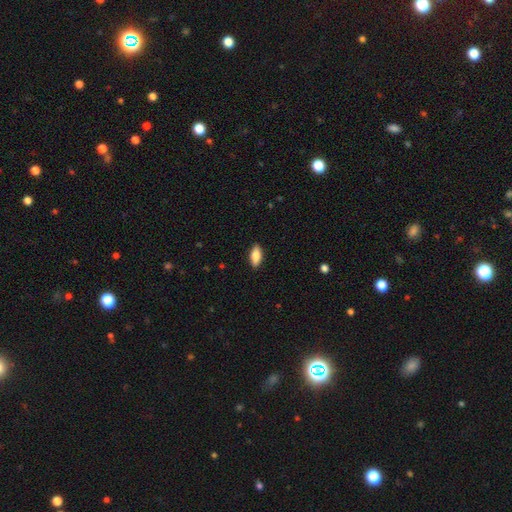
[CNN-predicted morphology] type=smooth (80%); roundness=in between (85%); merging=none (89%).